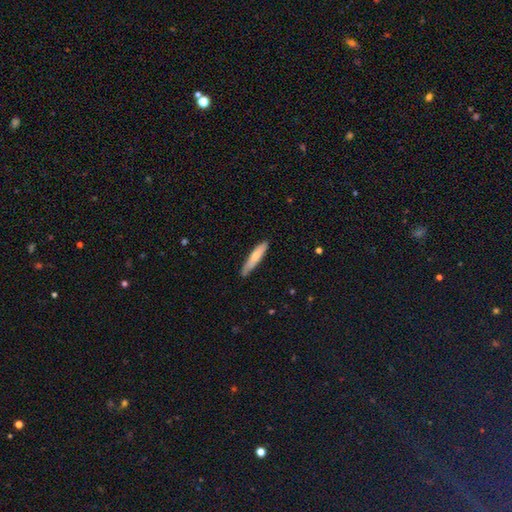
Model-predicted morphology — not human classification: Smooth or featured? Predicted: smooth (p=0.68). How rounded? Predicted: cigar-shaped (p=0.87). Merging? Predicted: none (p=0.80).